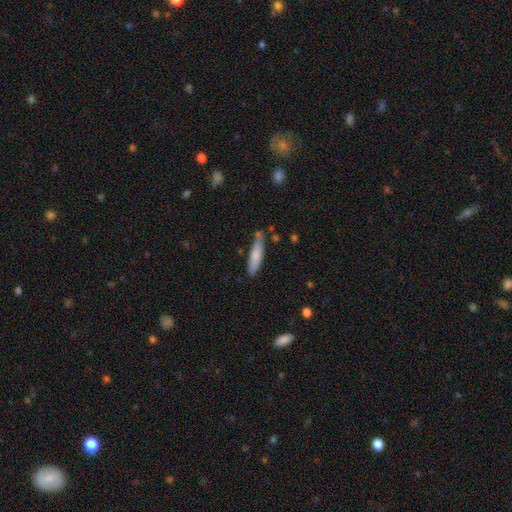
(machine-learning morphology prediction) Smooth or featured? Predicted: smooth (p=0.78). How rounded? Predicted: cigar-shaped (p=0.79). Merging? Predicted: none (p=0.69).